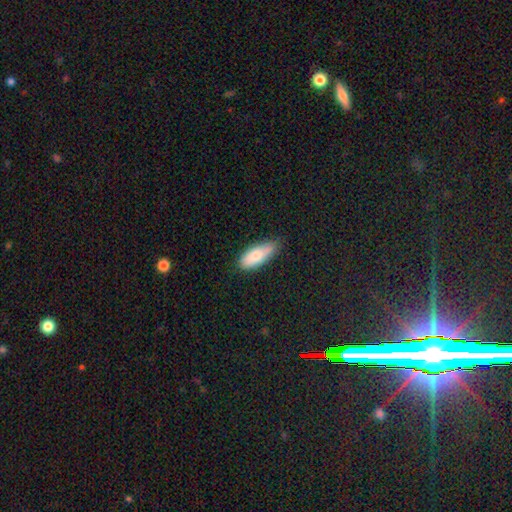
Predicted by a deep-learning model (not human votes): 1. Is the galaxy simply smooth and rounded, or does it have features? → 79% smooth, 15% featured or disk, 6% star or artifact.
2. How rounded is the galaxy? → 77% in between, 21% cigar-shaped, 2% round.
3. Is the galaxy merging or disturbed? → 75% none, 21% minor disturbance, 3% major disturbance, 1% merger.